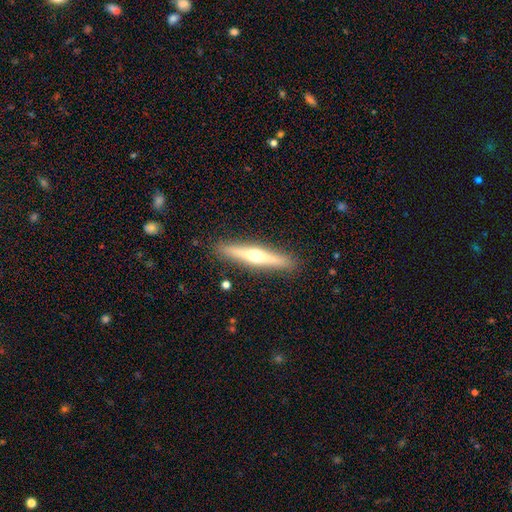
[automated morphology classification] smooth_or_featured: featured or disk (p=0.67) [alt: smooth p=0.27]
disk_edge_on: yes (p=0.96) [alt: no p=0.04]
edge_on_bulge: rounded (p=0.94) [alt: none p=0.04]
merging: none (p=0.90) [alt: minor disturbance p=0.07]